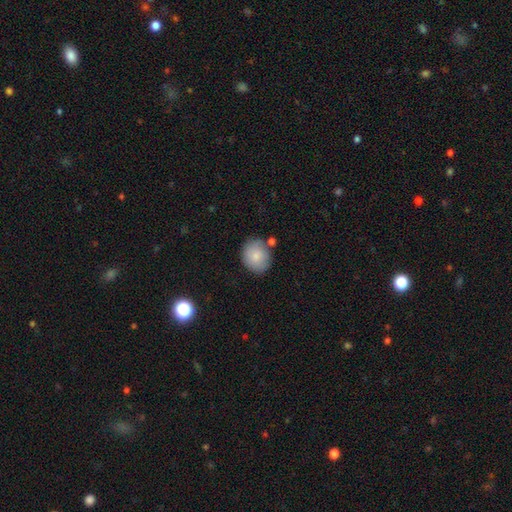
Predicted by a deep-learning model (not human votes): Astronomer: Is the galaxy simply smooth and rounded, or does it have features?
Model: smooth — 82%.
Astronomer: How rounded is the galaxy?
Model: round — 67%.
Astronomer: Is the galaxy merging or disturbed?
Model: none — 73%.